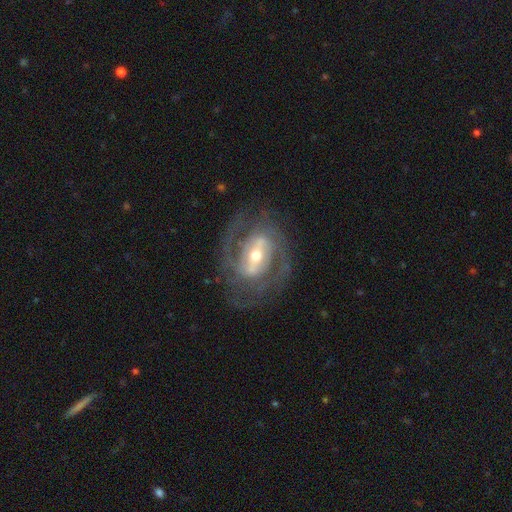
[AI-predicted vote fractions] A featured or disk galaxy (87%) with a strong bar (51%), 2 (70%) medium (47%) spiral arms (91%) and a moderate central bulge (56%). Merging: none (73%).